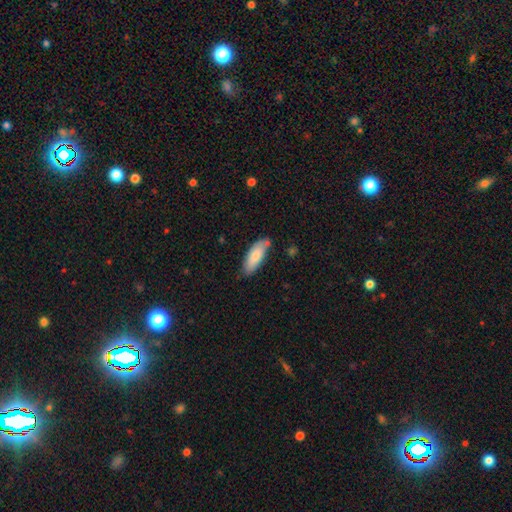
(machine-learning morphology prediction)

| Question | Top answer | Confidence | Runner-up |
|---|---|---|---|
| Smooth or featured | smooth | 80% | featured or disk (14%) |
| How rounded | in between | 70% | cigar-shaped (28%) |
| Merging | none | 72% | minor disturbance (19%) |